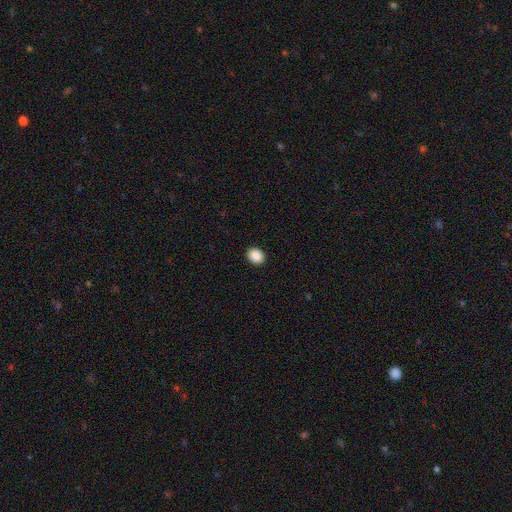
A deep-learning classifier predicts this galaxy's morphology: smooth_or_featured: smooth (p=0.89) [alt: star or artifact p=0.08]
how_rounded: round (p=0.50) [alt: in between p=0.49]
merging: none (p=0.92) [alt: minor disturbance p=0.06]